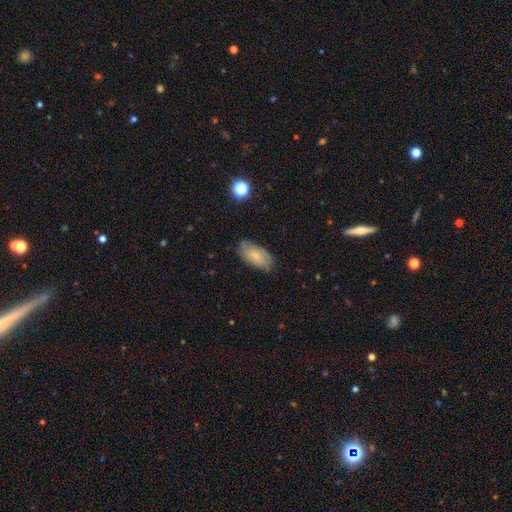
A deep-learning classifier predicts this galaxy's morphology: This appears to be a smooth galaxy with no disk features (67%) that is in between round and cigar-shaped (93%). Merging: none (73%).